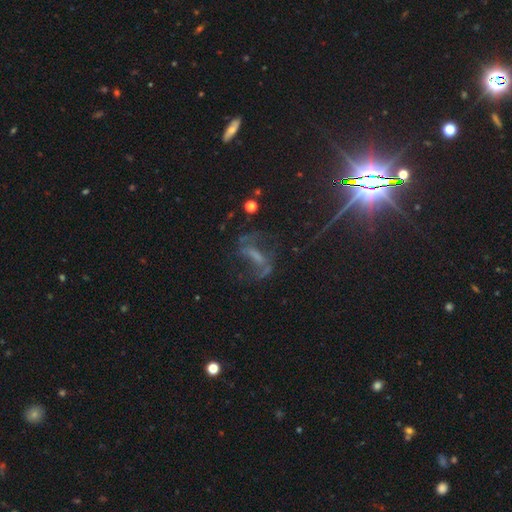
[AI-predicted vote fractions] featured or disk 58%, star or artifact 28%, smooth 14%. Down the decision tree: edge-on disk — no (89%); bar — strong (47%); spiral arms — yes (77%); bulge size — none (49%); merging — none (53%).